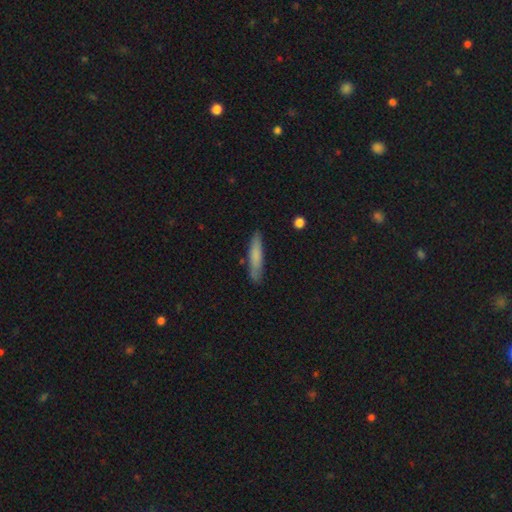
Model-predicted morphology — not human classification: smooth_or_featured: smooth (p=0.73) [alt: featured or disk p=0.21]
how_rounded: cigar-shaped (p=0.87) [alt: in between p=0.12]
merging: none (p=0.82) [alt: minor disturbance p=0.14]